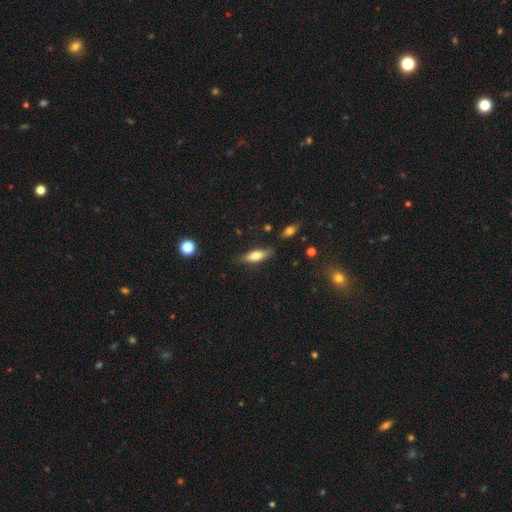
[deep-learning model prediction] This is likely a smooth galaxy (67%). How rounded: possibly in between (52%). Merging: clearly none (81%).